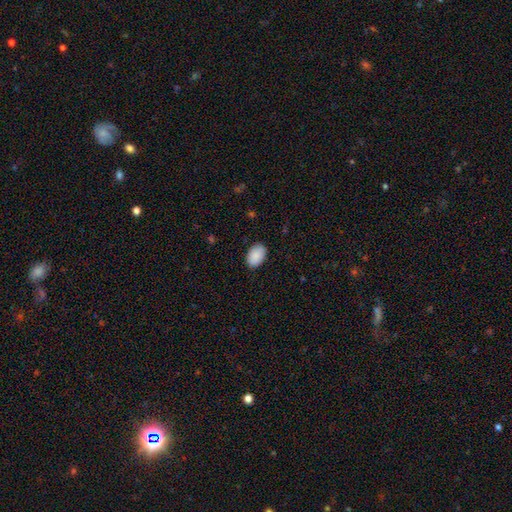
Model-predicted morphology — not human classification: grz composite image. It shows a smooth galaxy with no disk features (91%) that is in between round and cigar-shaped (91%). Merging: none (88%).